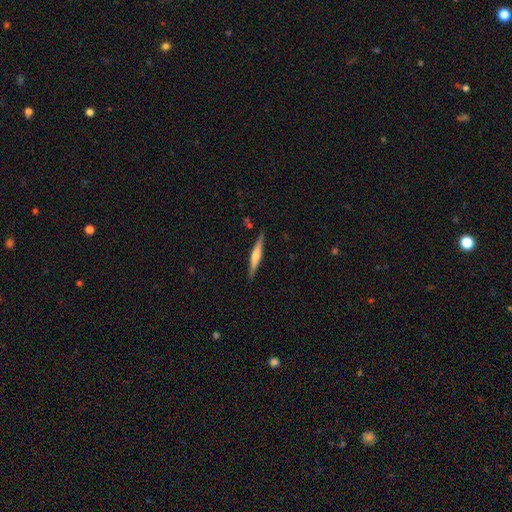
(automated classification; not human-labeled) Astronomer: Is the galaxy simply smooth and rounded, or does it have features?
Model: featured or disk — 56% (runner-up: smooth, 38%).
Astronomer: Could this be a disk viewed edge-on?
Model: yes — 97%.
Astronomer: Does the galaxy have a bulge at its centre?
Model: rounded — 65%.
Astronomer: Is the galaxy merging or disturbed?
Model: none — 88%.